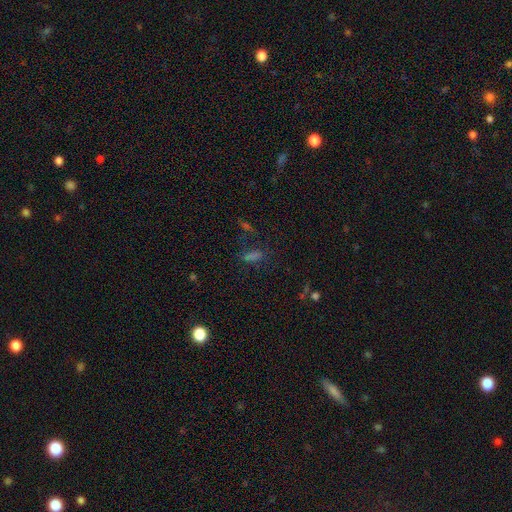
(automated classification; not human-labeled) This is possibly a smooth galaxy (55%). How rounded: possibly in between (54%). Merging: likely none (69%).